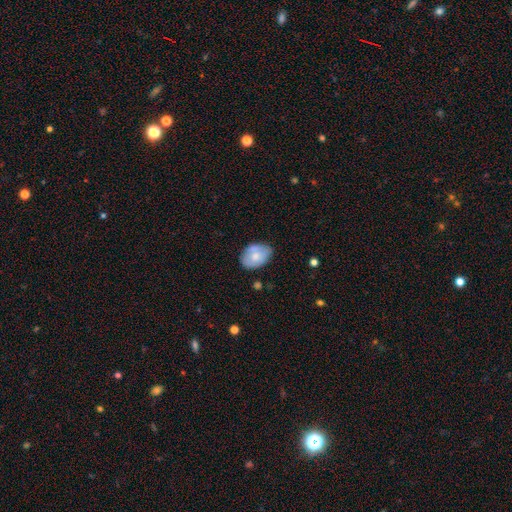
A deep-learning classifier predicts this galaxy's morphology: Q: Smooth or featured?
A: smooth (70%); runner-up: featured or disk (23%)
Q: How rounded?
A: in between (80%); runner-up: round (19%)
Q: Merging?
A: none (62%); runner-up: minor disturbance (27%)